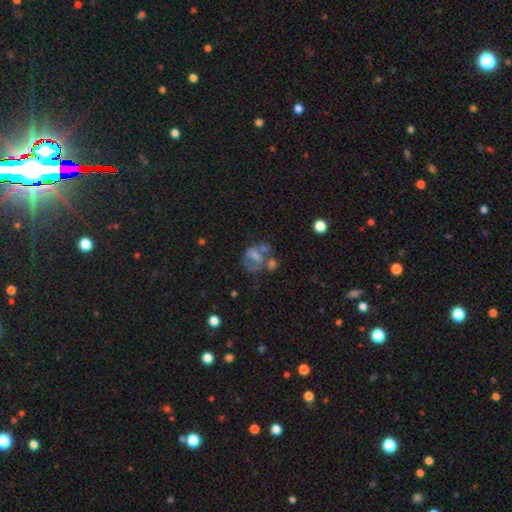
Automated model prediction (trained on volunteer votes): Morphology: type=smooth (43%); merging=merger (34%).